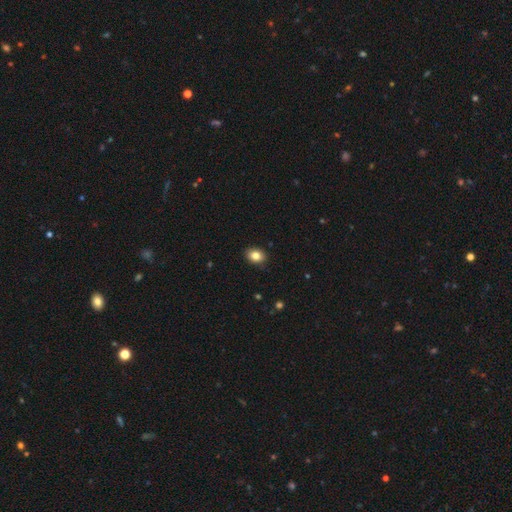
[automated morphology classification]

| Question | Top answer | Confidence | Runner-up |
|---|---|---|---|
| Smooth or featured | smooth | 84% | star or artifact (9%) |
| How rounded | in between | 68% | round (31%) |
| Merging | none | 89% | minor disturbance (9%) |